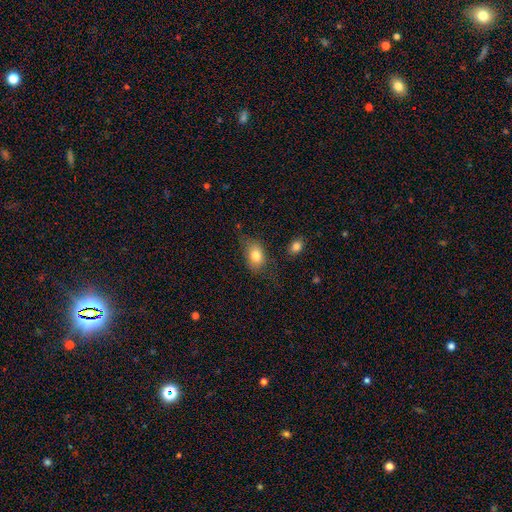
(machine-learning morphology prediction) This is likely a smooth galaxy (79%). How rounded: likely in between (79%). Merging: possibly none (56%).